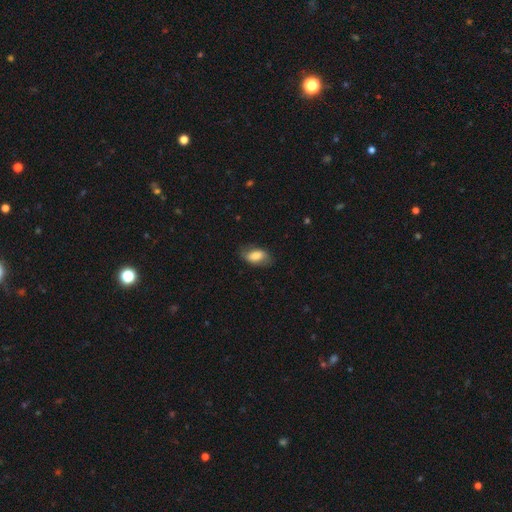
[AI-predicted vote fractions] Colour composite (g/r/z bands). It shows a smooth galaxy with no disk features (75%) that is in between round and cigar-shaped (91%). Merging: none (75%).